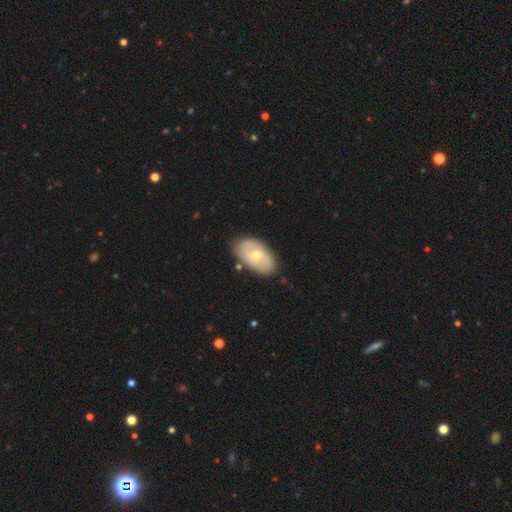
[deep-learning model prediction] This is possibly a featured or disk galaxy (59%). It is clearly not viewed edge-on (94%). Bar: possibly no (53%). Spiral arm pattern: likely yes (75%). Central bulge: possibly moderate (50%). Merging: clearly none (80%).